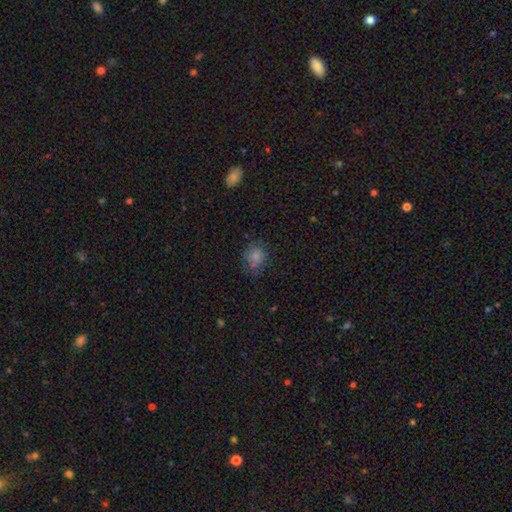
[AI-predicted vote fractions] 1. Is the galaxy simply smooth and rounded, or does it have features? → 73% smooth, 18% star or artifact, 9% featured or disk.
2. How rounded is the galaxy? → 74% round, 25% in between, 1% cigar-shaped.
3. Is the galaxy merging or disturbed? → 71% none, 19% minor disturbance, 5% major disturbance, 4% merger.